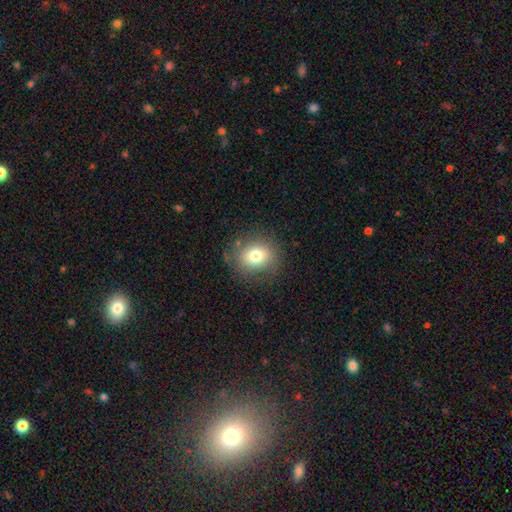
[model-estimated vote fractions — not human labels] A smooth galaxy with no disk features (75%) that is round (68%). Merging: none (81%).